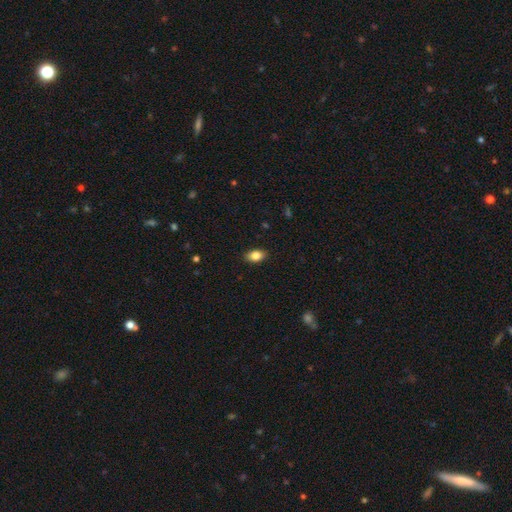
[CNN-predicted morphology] This appears to be a smooth galaxy with no disk features (84%) that is in between round and cigar-shaped (88%). Merging: none (89%).